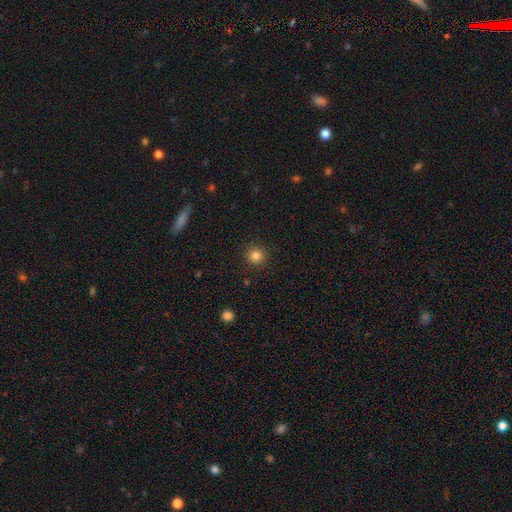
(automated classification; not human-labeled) A smooth galaxy with no disk features (82%) that is round (93%).

Vote fractions:
- Smooth or featured? smooth: 82% / star or artifact: 12% / featured or disk: 5%
- How rounded? round: 93% / in between: 6% / cigar-shaped: 1%
- Merging? none: 91% / minor disturbance: 6% / major disturbance: 2% / merger: 1%